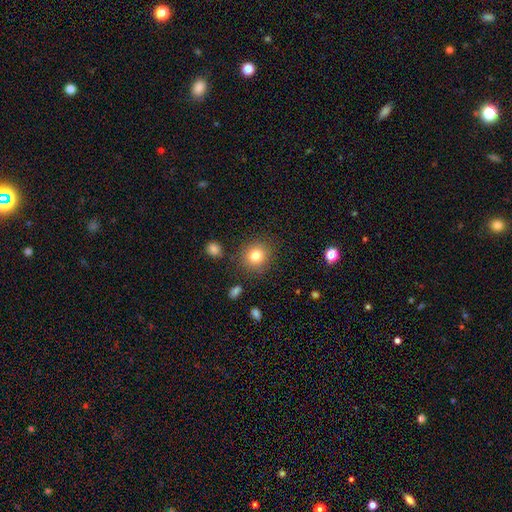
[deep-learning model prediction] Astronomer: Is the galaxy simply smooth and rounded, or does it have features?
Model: smooth — 81%.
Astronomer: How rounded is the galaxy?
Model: round — 87%.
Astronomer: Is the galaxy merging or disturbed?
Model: none — 86%.